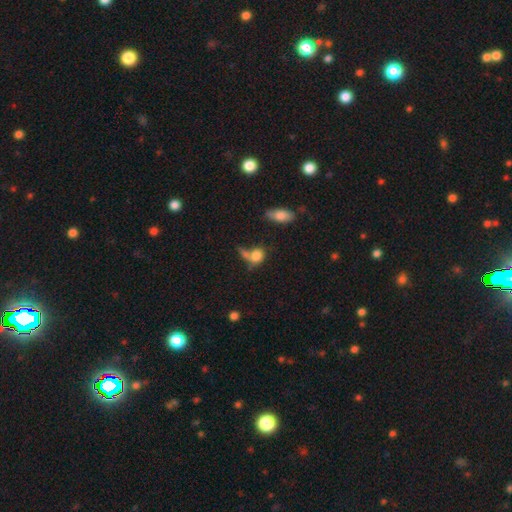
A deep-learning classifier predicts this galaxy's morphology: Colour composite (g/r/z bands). It shows a smooth galaxy with no disk features (77%) that is round (54%). Merging: none (35%, tied with merger).